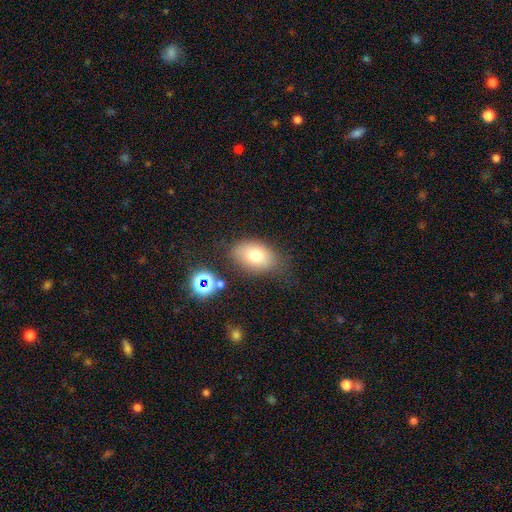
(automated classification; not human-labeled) Smooth or featured? smooth (74%)
How rounded? in between (85%)
Merging? none (70%)